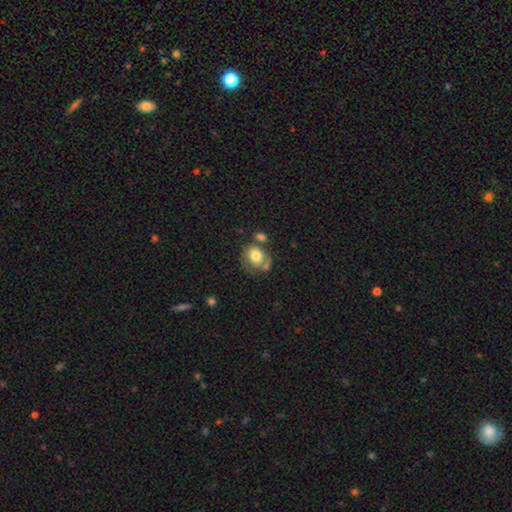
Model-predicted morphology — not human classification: A smooth galaxy with no disk features (70%) that is round (59%). Merging: none (41%).